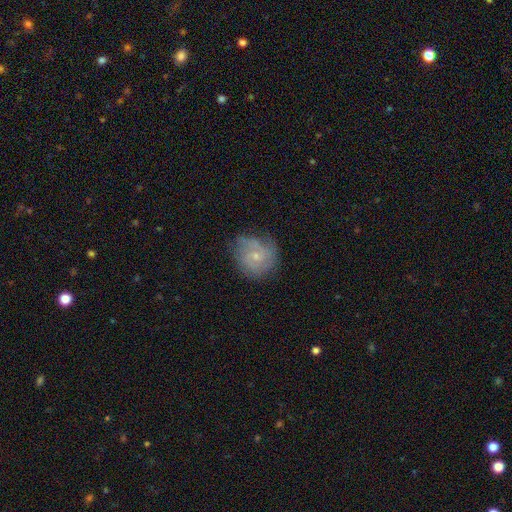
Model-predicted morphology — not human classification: The model was most divided on "smooth or featured": featured or disk: 54%, smooth: 38%, star or artifact: 8%. More confident: edge-on disk — no (98%); spiral arms — yes (80%); bar — no (74%); bulge size — small (70%); merging — none (61%).